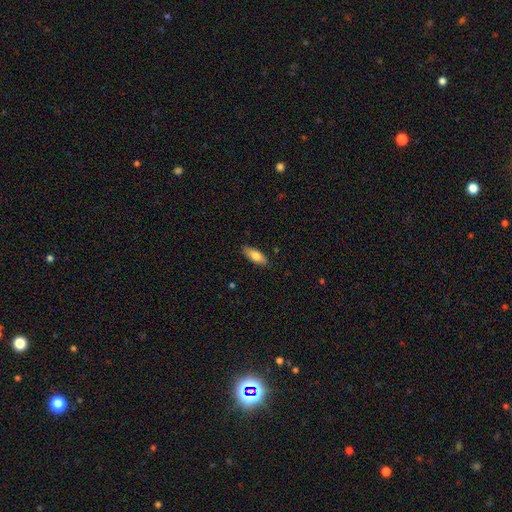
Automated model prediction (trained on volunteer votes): Overall: smooth (78%). How rounded: in between (73%). Merging: none (86%).